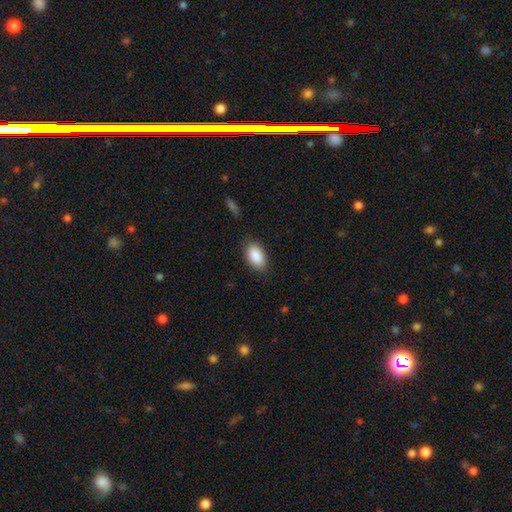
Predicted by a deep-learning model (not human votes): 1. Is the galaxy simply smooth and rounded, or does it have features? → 89% smooth, 6% star or artifact, 5% featured or disk.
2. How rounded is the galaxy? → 93% in between, 5% round, 2% cigar-shaped.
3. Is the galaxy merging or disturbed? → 81% none, 14% minor disturbance, 3% major disturbance, 1% merger.